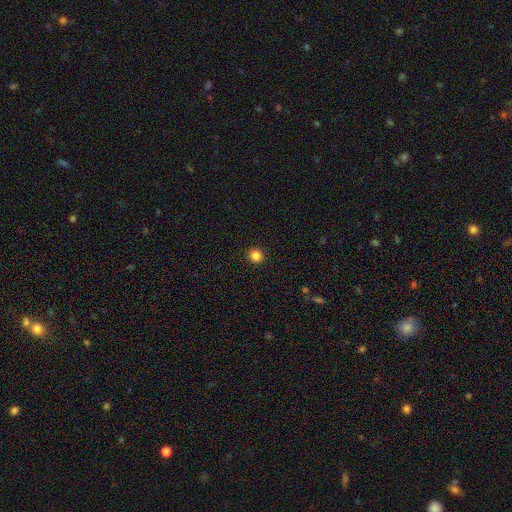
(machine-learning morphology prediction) Overall: smooth (84%). How rounded: round (95%). Merging: none (94%).